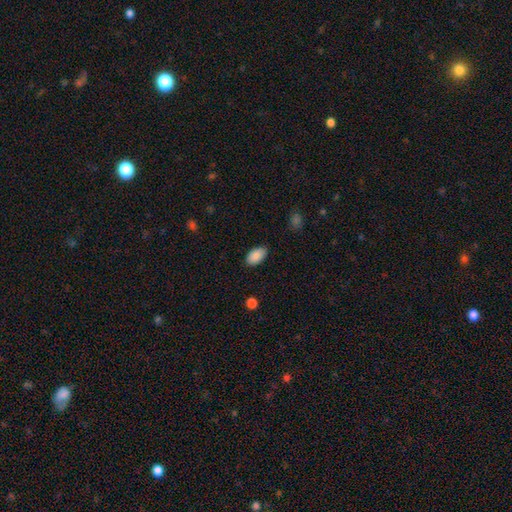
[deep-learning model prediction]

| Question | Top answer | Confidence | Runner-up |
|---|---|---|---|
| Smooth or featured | smooth | 89% | star or artifact (7%) |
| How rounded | in between | 94% | round (4%) |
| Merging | none | 85% | minor disturbance (11%) |